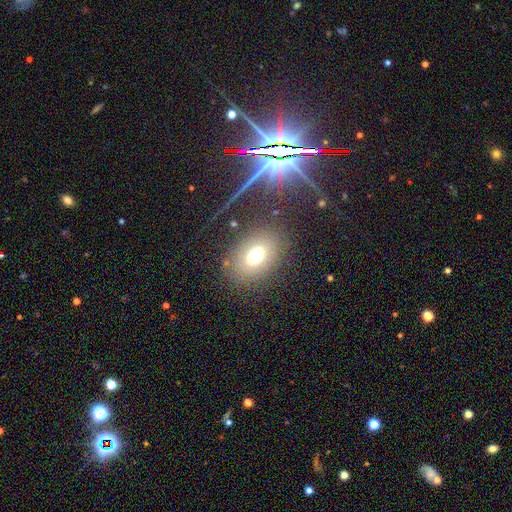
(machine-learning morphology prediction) Smooth or featured: smooth — 66% (featured or disk — 18%)
How rounded: in between — 75% (round — 23%)
Merging: none — 79% (minor disturbance — 11%)